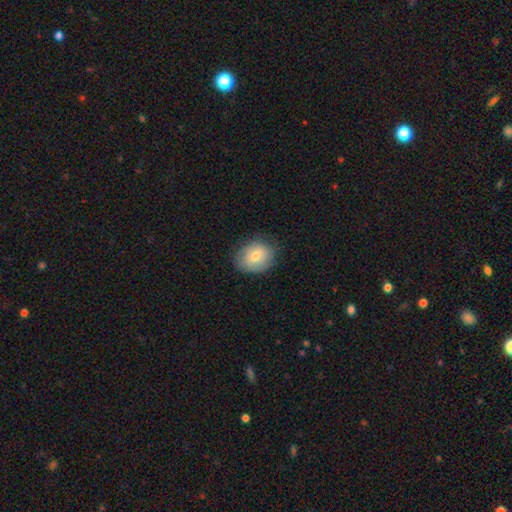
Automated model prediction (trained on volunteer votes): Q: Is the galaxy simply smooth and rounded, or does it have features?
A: smooth — 69%.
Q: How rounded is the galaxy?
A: in between — 56%.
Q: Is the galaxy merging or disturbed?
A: none — 78%.